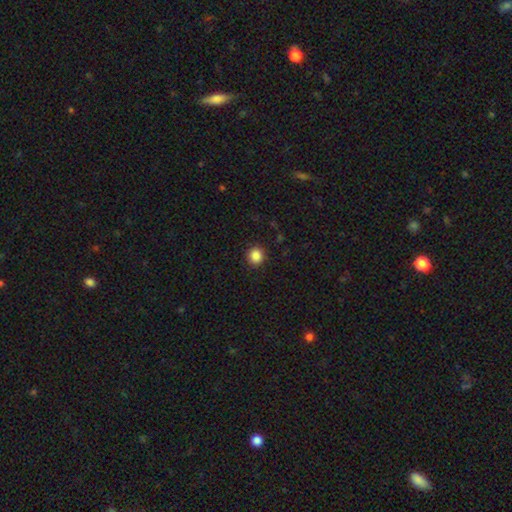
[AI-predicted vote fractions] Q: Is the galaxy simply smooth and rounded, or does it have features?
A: smooth — 87%.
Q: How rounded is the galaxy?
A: round — 91%.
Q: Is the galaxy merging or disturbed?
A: none — 91%.